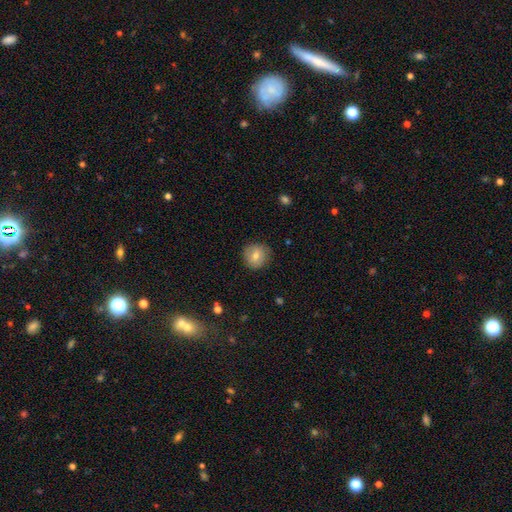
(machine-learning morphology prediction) A smooth galaxy with no disk features (69%) that is round (90%).

Vote fractions:
- Smooth or featured? smooth: 69% / featured or disk: 22% / star or artifact: 10%
- How rounded? round: 90% / in between: 9% / cigar-shaped: 1%
- Merging? none: 83% / minor disturbance: 13% / major disturbance: 3% / merger: 1%